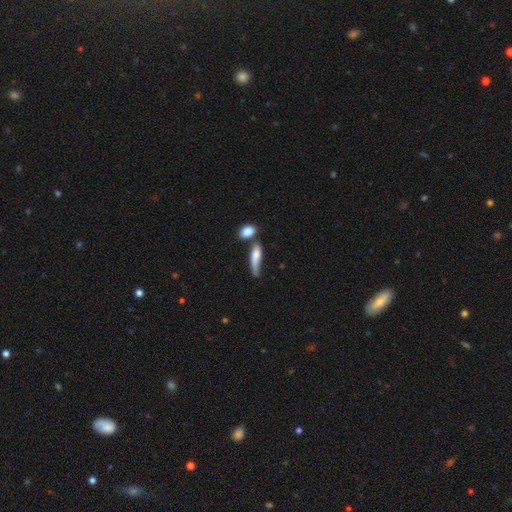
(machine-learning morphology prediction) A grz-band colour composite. It shows a smooth galaxy with no disk features (70%) that is cigar-shaped (52%). Merging: none (32%).